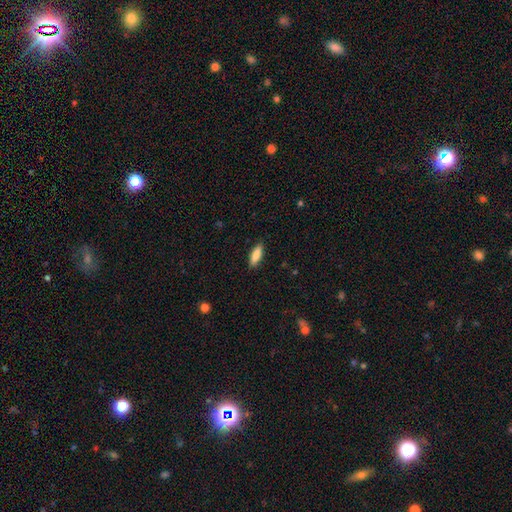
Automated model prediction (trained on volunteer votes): A smooth galaxy with no disk features (83%) that is cigar-shaped (51%). Merging: none (88%).